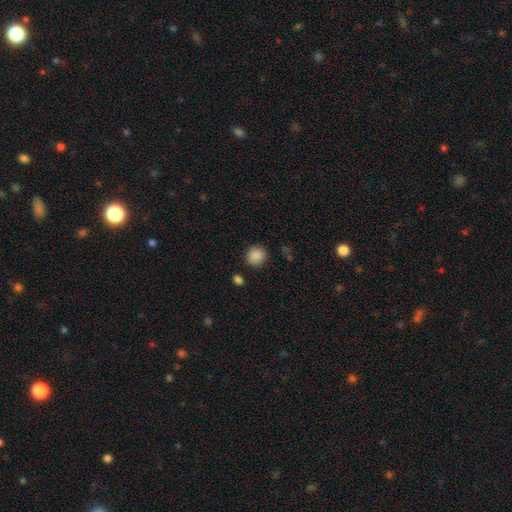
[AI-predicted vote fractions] Smooth or featured?
  - smooth: 88% *
  - star or artifact: 9%
  - featured or disk: 3%
How rounded?
  - round: 88% *
  - in between: 11%
  - cigar-shaped: 1%
Merging?
  - none: 85% *
  - minor disturbance: 9%
  - major disturbance: 3%
  - merger: 3%